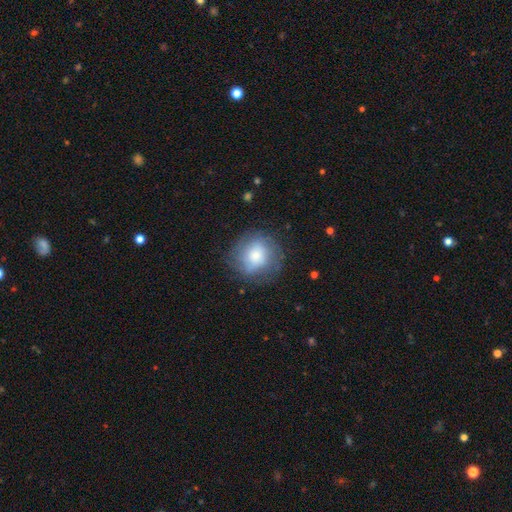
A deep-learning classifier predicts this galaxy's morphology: smooth-or-featured: smooth: 63% | featured or disk: 28% | star or artifact: 9%
  how-rounded: round: 87% | in between: 12% | cigar-shaped: 1%
  merging: none: 72% | minor disturbance: 18% | major disturbance: 9% | merger: 1%